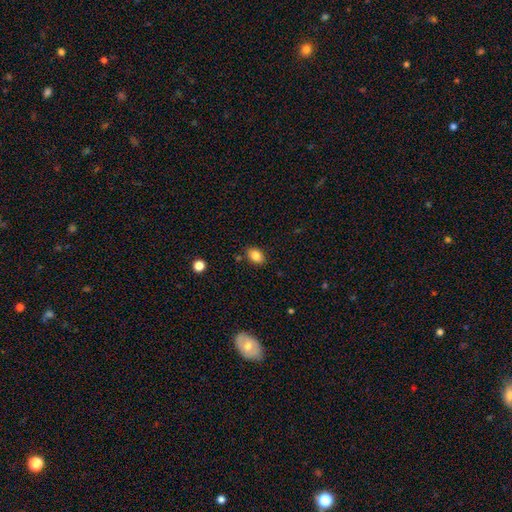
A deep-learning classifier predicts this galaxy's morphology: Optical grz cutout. It shows a smooth galaxy with no disk features (85%) that is in between round and cigar-shaped (77%). Merging: none (83%).